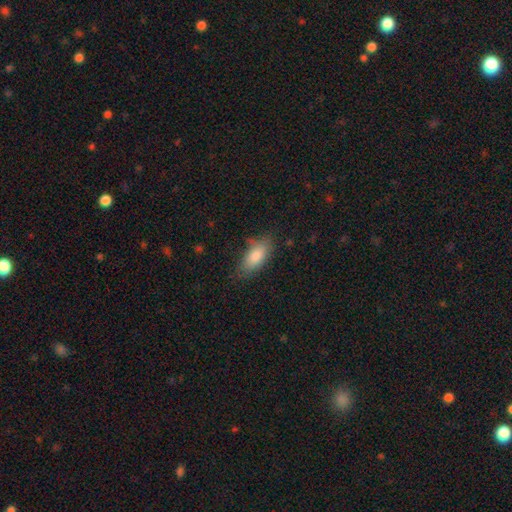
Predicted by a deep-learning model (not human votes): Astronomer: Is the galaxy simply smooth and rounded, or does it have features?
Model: smooth — 83%.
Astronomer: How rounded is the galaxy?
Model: in between — 85%.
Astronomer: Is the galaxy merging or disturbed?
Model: none — 73%.